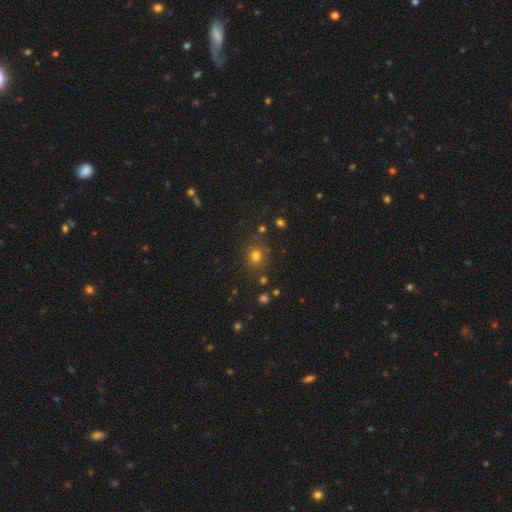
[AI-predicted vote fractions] Overall: smooth (73%). How rounded: round (60%; in between 39%). Merging: none (76%).